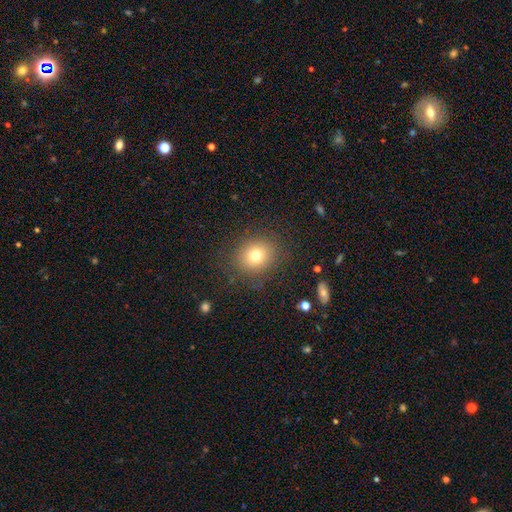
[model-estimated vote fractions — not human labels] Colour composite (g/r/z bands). It shows a smooth galaxy with no disk features (75%) that is round (76%). Merging: none (84%).